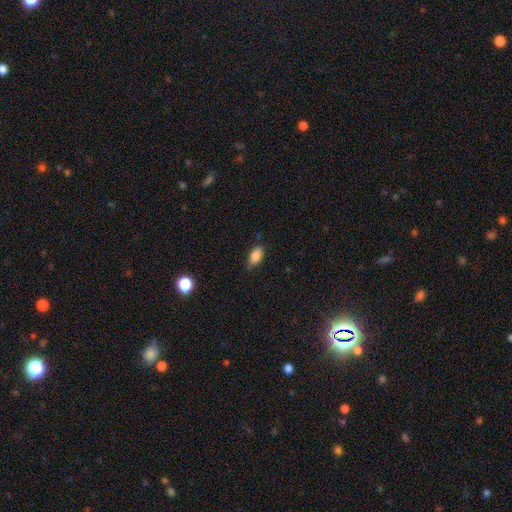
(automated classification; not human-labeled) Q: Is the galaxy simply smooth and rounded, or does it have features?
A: smooth — 86%.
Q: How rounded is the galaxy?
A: in between — 91%.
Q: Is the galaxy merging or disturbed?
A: none — 79%.